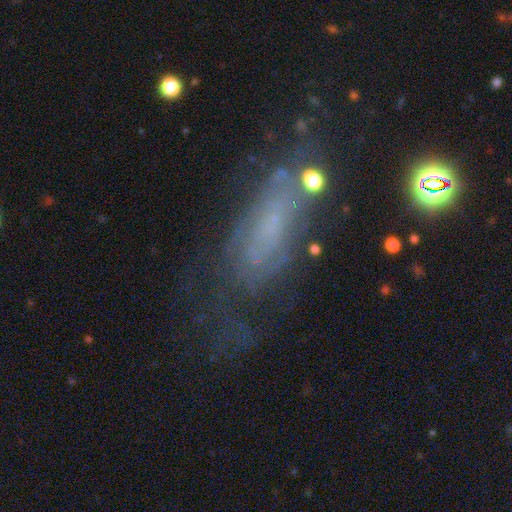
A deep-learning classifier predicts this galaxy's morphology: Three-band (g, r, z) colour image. It shows a featured or disk galaxy (55%). Merging: none (50%).